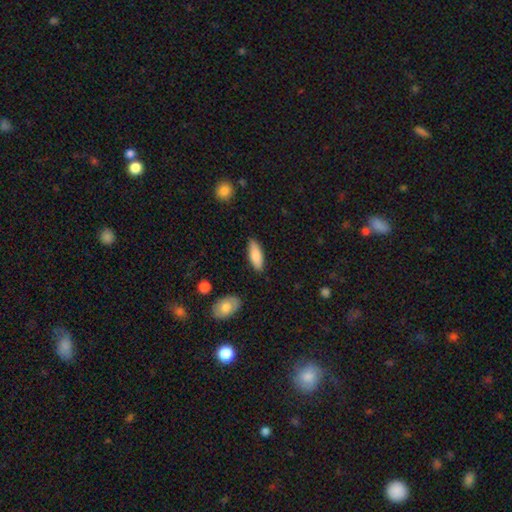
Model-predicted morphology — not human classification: This appears to be a smooth galaxy with no disk features (84%) that is in between round and cigar-shaped (67%). Merging: none (86%).